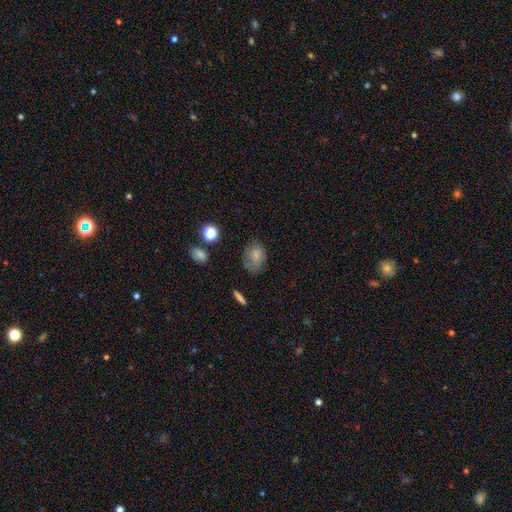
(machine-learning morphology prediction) smooth 79%, featured or disk 11%, star or artifact 10%. Down the decision tree: how rounded — in between (69%); merging — none (64%).